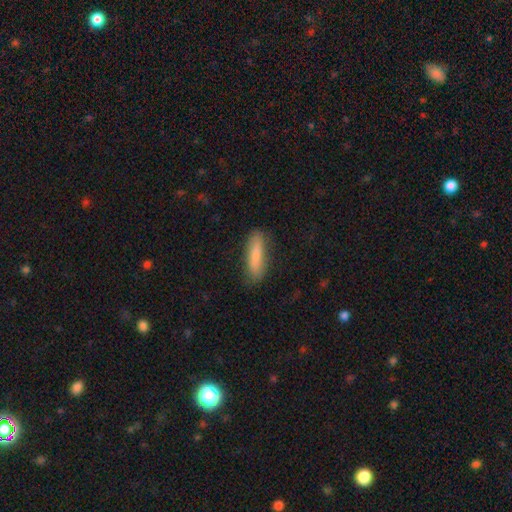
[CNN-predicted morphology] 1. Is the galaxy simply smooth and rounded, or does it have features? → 83% smooth, 11% featured or disk, 6% star or artifact.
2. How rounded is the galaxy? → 74% cigar-shaped, 25% in between, 1% round.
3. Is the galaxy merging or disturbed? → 83% none, 13% minor disturbance, 3% major disturbance, 1% merger.